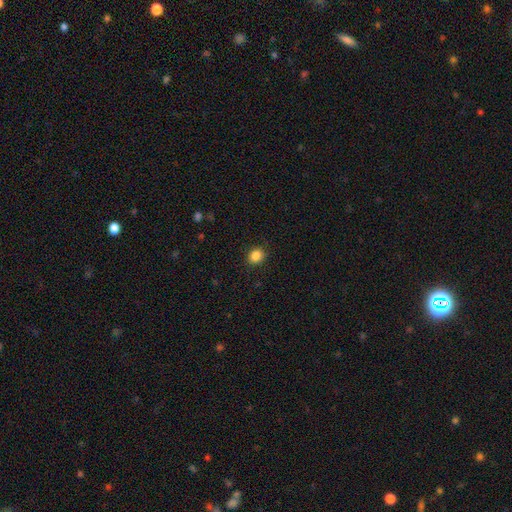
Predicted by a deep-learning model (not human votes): smooth 86%, star or artifact 10%, featured or disk 4%. Down the decision tree: how rounded — round (64%); merging — none (89%).